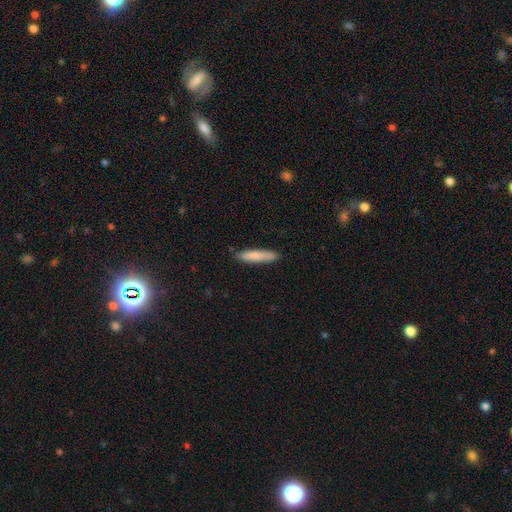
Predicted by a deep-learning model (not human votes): Morphology: type=smooth (81%); roundness=cigar-shaped (88%); merging=none (87%).